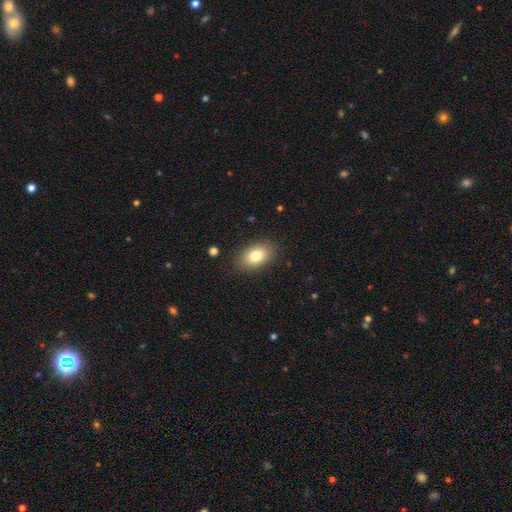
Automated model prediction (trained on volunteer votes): This is clearly a smooth galaxy (81%). How rounded: clearly in between (88%). Merging: clearly none (87%).